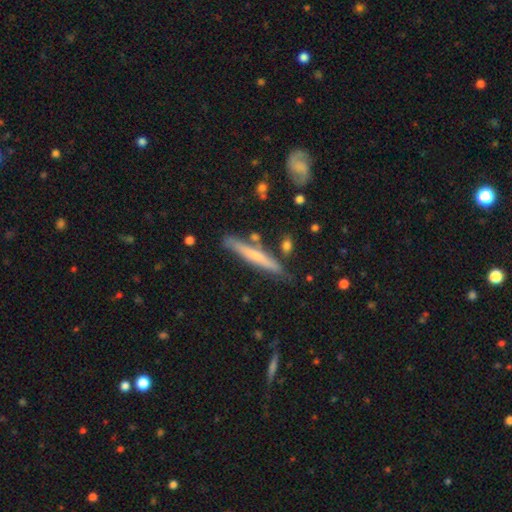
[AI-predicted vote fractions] smooth-or-featured: smooth: 51% | featured or disk: 43% | star or artifact: 6%
  how-rounded: cigar-shaped: 95% | in between: 4% | round: 1%
  merging: none: 79% | minor disturbance: 14% | merger: 5% | major disturbance: 2%